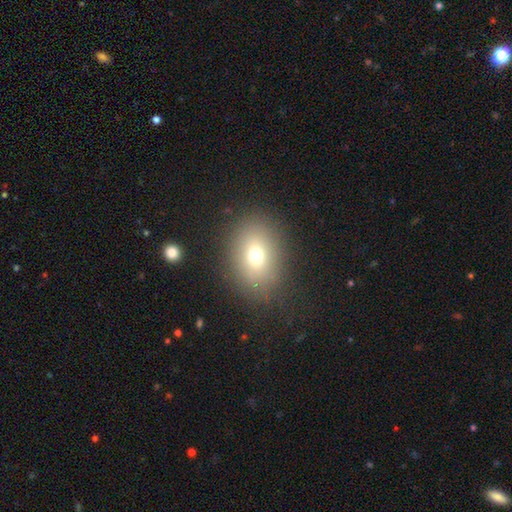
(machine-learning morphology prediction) Smooth or featured?
  - smooth: 71% *
  - featured or disk: 15%
  - star or artifact: 14%
How rounded?
  - in between: 63% *
  - round: 35%
  - cigar-shaped: 1%
Merging?
  - none: 83% *
  - minor disturbance: 11%
  - major disturbance: 5%
  - merger: 1%